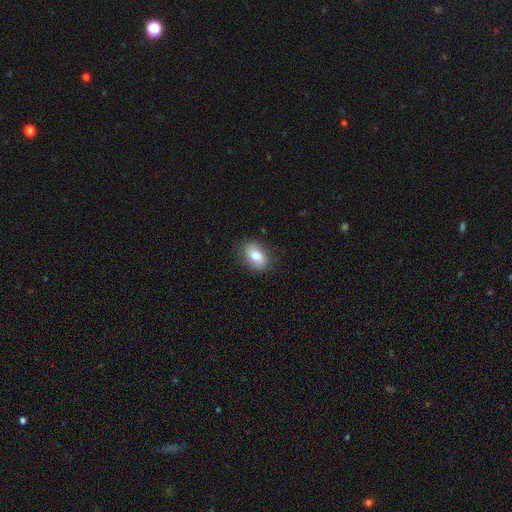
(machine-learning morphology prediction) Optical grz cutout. It shows a smooth galaxy with no disk features (81%) that is in between round and cigar-shaped (86%). Merging: none (83%).